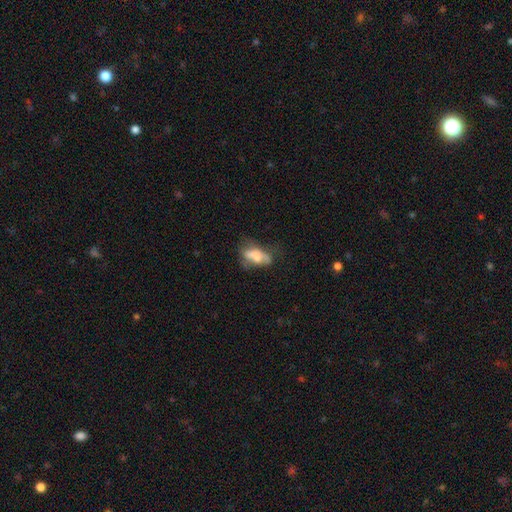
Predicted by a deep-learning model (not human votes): A smooth galaxy with no disk features (58%) that is in between round and cigar-shaped (82%).

Vote fractions:
- Smooth or featured? smooth: 58% / featured or disk: 32% / star or artifact: 10%
- How rounded? in between: 82% / cigar-shaped: 13% / round: 5%
- Merging? none: 34% / major disturbance: 29% / minor disturbance: 28% / merger: 9%